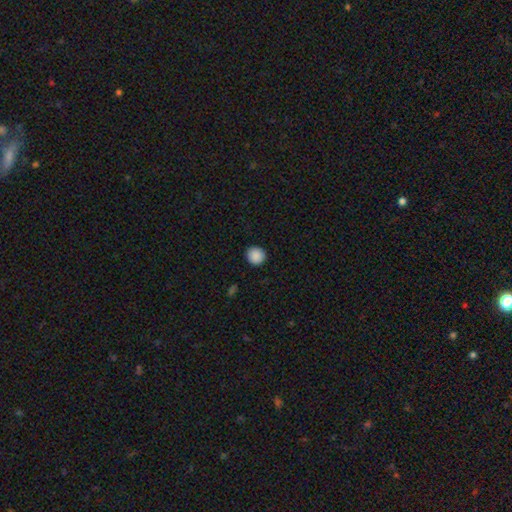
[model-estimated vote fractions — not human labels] Q: Smooth or featured?
A: smooth (89%); runner-up: star or artifact (8%)
Q: How rounded?
A: round (92%); runner-up: in between (7%)
Q: Merging?
A: none (91%); runner-up: minor disturbance (6%)